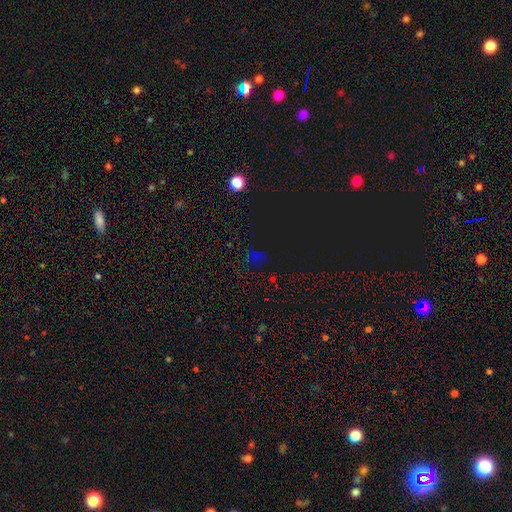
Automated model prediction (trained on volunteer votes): Q: Smooth or featured?
A: star or artifact (66%); runner-up: smooth (27%)